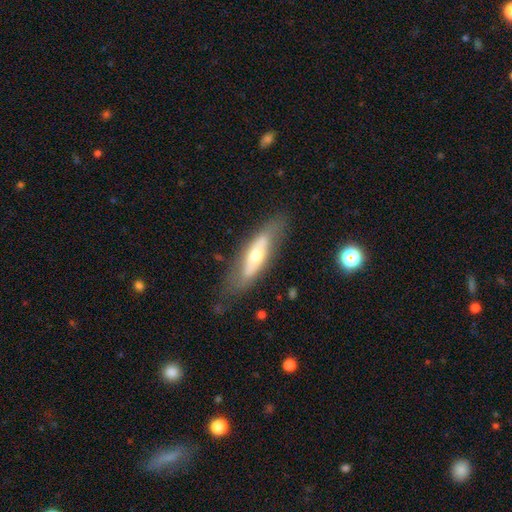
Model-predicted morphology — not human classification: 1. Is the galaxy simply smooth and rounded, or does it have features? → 53% featured or disk, 40% smooth, 7% star or artifact.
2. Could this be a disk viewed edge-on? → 55% no, 45% yes.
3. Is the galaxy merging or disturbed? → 72% none, 18% minor disturbance, 7% major disturbance, 2% merger.